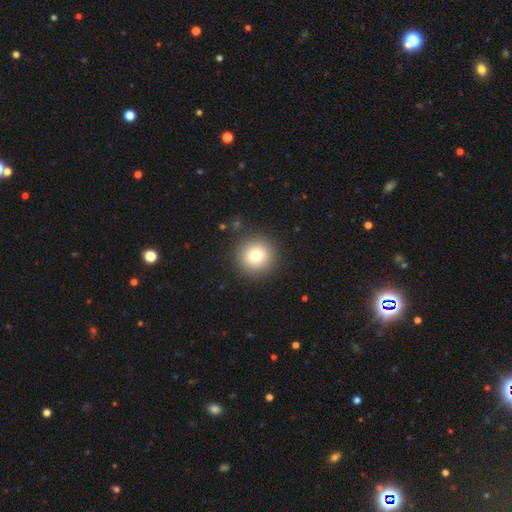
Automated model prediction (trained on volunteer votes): Morphology: type=smooth (78%); roundness=round (96%); merging=none (90%).